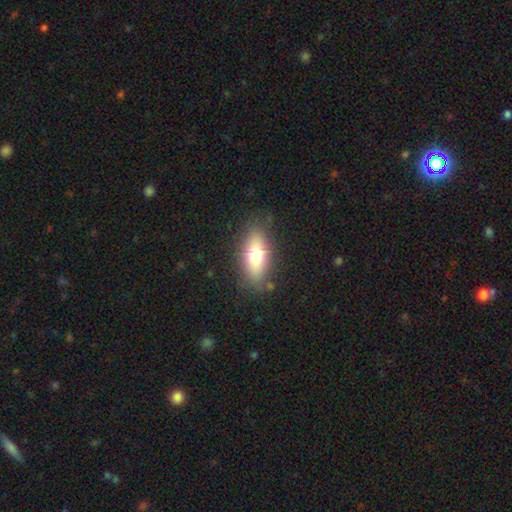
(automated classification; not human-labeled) Smooth or featured: smooth — 70% (featured or disk — 22%)
How rounded: in between — 77% (cigar-shaped — 19%)
Merging: none — 82% (minor disturbance — 12%)